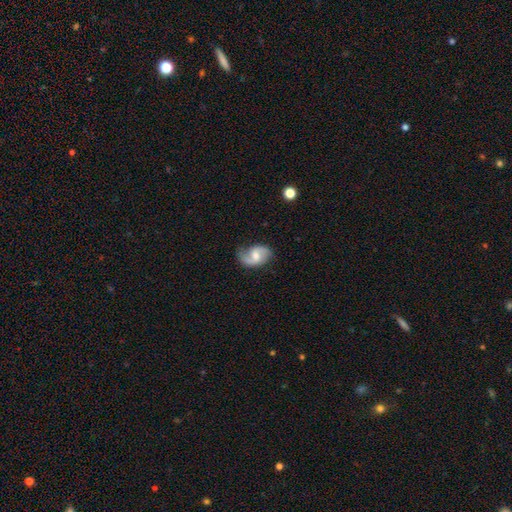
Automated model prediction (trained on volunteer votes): Smooth or featured?
  - featured or disk: 78% *
  - smooth: 16%
  - star or artifact: 6%
Edge-on disk?
  - no: 98% *
  - yes: 2%
Bar?
  - weak: 50% *
  - no: 39%
  - strong: 11%
Spiral arms?
  - yes: 94% *
  - no: 6%
Spiral winding?
  - loose: 47% *
  - medium: 41%
  - tight: 12%
Spiral arm count?
  - 2: 85% *
  - 1: 8%
  - can't tell: 4%
  - 3: 1%
  - 4: 1%
  - more than 4: 1%
Bulge size?
  - moderate: 59% *
  - small: 32%
  - large: 4%
  - none: 3%
  - dominant: 1%
Merging?
  - none: 71% *
  - minor disturbance: 20%
  - major disturbance: 7%
  - merger: 2%